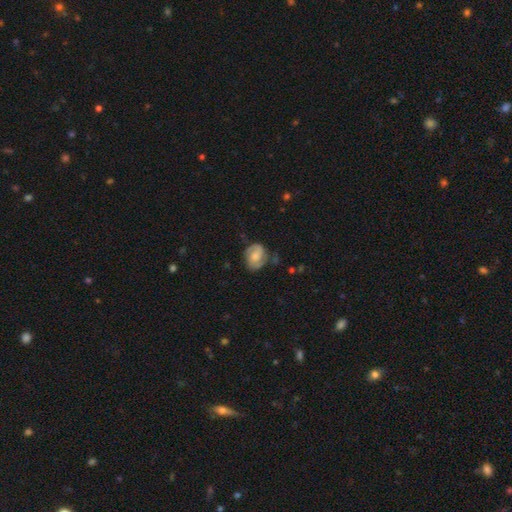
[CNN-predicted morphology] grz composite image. It shows a featured or disk galaxy (65%) with no bar (56%), 2 (82%) medium (44%) spiral arms (90%) and a moderate central bulge (40%). Merging: none (64%).